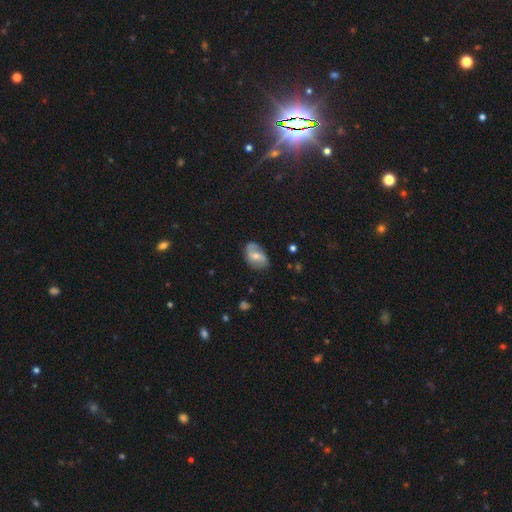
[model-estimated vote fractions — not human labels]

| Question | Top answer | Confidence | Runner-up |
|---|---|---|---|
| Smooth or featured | featured or disk | 56% | smooth (37%) |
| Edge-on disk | no | 96% | yes (4%) |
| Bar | no | 48% | weak (41%) |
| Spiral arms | yes | 83% | no (17%) |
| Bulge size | moderate | 56% | small (36%) |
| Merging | none | 68% | minor disturbance (23%) |